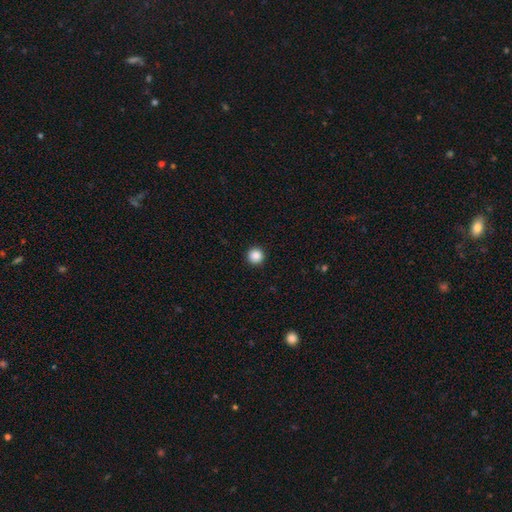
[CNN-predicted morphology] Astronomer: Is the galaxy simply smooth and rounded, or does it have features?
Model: smooth — 87%.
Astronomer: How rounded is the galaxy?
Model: round — 96%.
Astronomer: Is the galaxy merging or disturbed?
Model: none — 94%.